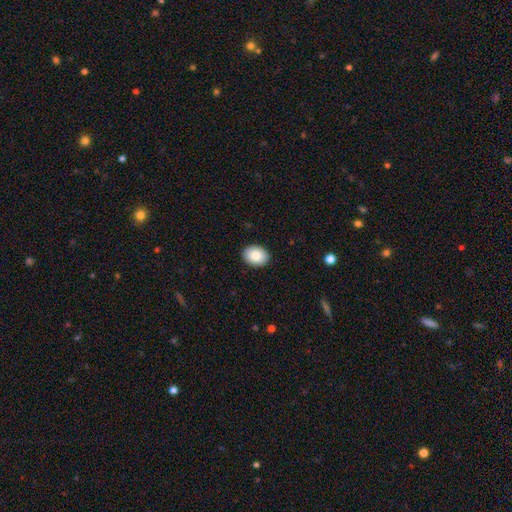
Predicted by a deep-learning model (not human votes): Q: Smooth or featured?
A: smooth (84%); runner-up: featured or disk (9%)
Q: How rounded?
A: in between (66%); runner-up: round (33%)
Q: Merging?
A: none (91%); runner-up: minor disturbance (7%)